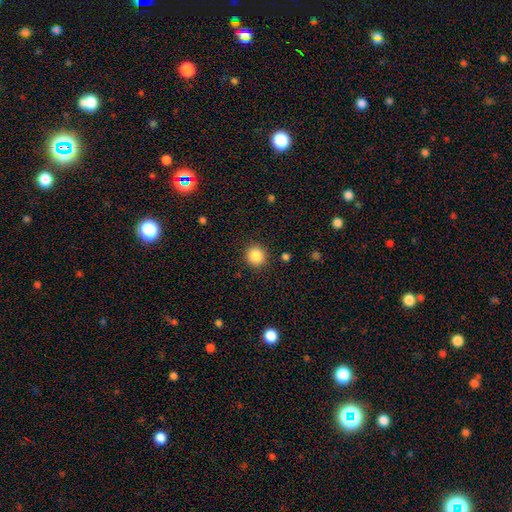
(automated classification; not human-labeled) smooth-or-featured: smooth: 87% | star or artifact: 10% | featured or disk: 4%
  how-rounded: round: 93% | in between: 6% | cigar-shaped: 1%
  merging: none: 90% | minor disturbance: 6% | major disturbance: 2% | merger: 1%